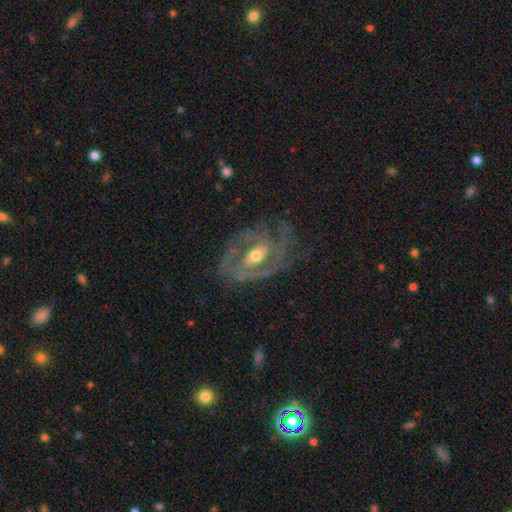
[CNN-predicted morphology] This appears to be a featured or disk galaxy (84%) with no bar (48%), 2 (39%) tight (47%) spiral arms (83%) and a moderate central bulge (70%). Merging: none (56%).